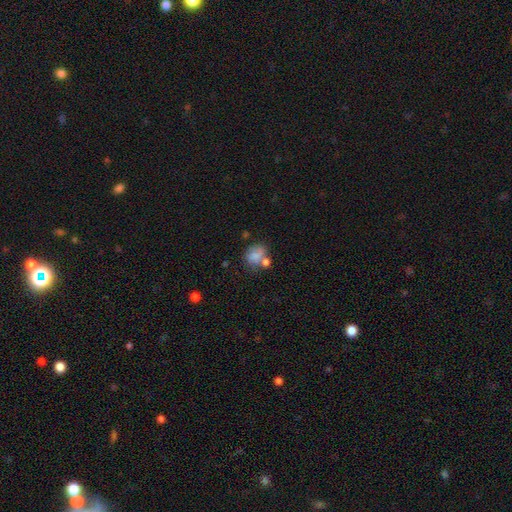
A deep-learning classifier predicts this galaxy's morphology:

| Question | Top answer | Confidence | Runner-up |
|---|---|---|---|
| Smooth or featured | smooth | 73% | featured or disk (16%) |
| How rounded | in between | 52% | round (47%) |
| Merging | none | 40% | merger (30%) |